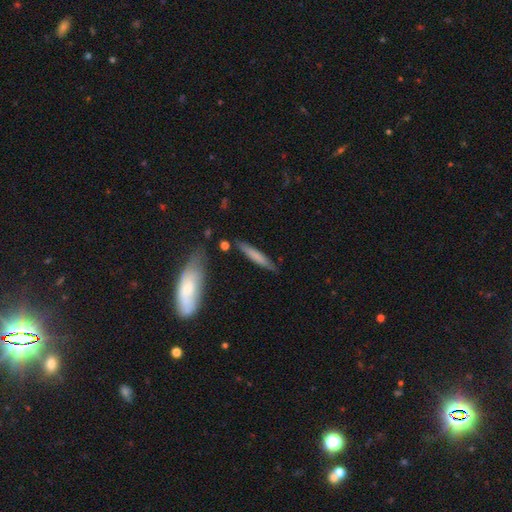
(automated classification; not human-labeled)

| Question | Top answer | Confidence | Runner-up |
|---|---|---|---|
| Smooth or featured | smooth | 66% | featured or disk (28%) |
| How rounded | cigar-shaped | 92% | in between (7%) |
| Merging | none | 82% | minor disturbance (12%) |